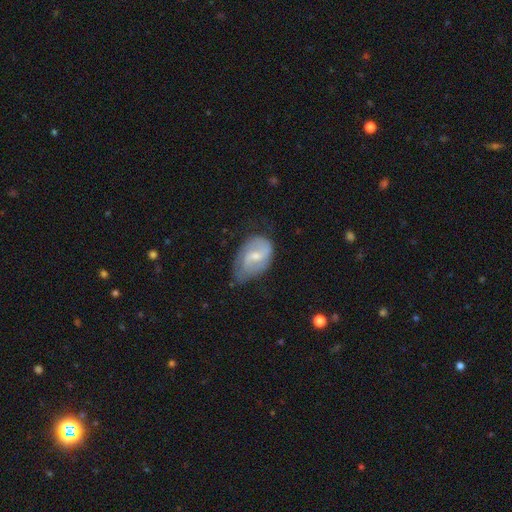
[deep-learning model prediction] smooth-or-featured: featured or disk: 67% | smooth: 27% | star or artifact: 6%
  disk-edge-on: no: 97% | yes: 3%
    bar: weak: 57% | no: 25% | strong: 17%
    has-spiral-arms: yes: 85% | no: 15%
      spiral-winding: medium: 44% | loose: 35% | tight: 20%
      spiral-arm-count: 2: 75% | can't tell: 13% | 1: 8% | 3: 2% | 4: 1% | more than 4: 1%
    bulge-size: small: 51% | moderate: 43% | none: 4% | large: 2% | dominant: 1%
  merging: none: 46% | minor disturbance: 39% | major disturbance: 13% | merger: 2%